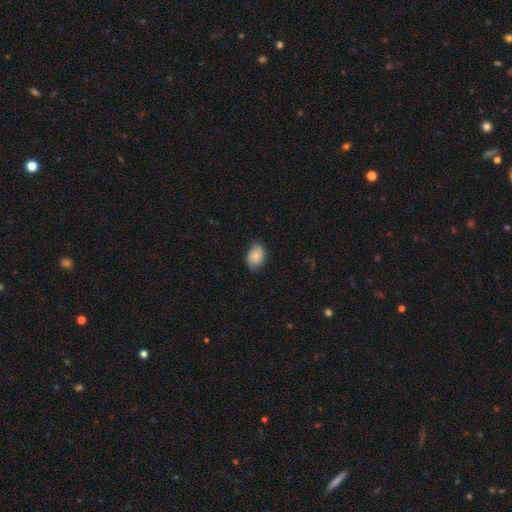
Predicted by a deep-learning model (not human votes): Q: Smooth or featured?
A: smooth (80%); runner-up: featured or disk (13%)
Q: How rounded?
A: in between (77%); runner-up: round (22%)
Q: Merging?
A: none (75%); runner-up: minor disturbance (21%)